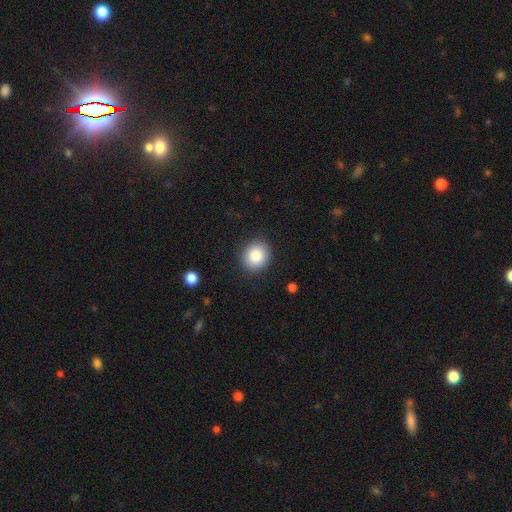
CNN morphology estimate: The model was most divided on "how rounded": round: 75%, in between: 24%, cigar-shaped: 1%. More confident: merging — none (88%); smooth or featured — smooth (86%).